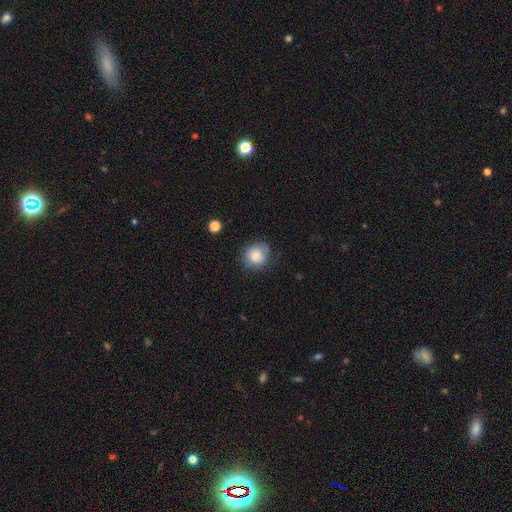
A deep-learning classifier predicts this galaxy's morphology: Smooth or featured: smooth — 81% (featured or disk — 11%)
How rounded: round — 83% (in between — 16%)
Merging: none — 74% (minor disturbance — 19%)